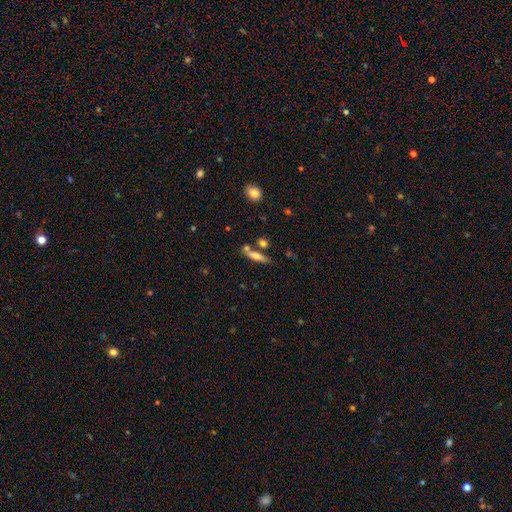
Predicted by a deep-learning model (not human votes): smooth 57%, featured or disk 35%, star or artifact 8%. Down the decision tree: how rounded — cigar-shaped (72%); merging — none (62%).